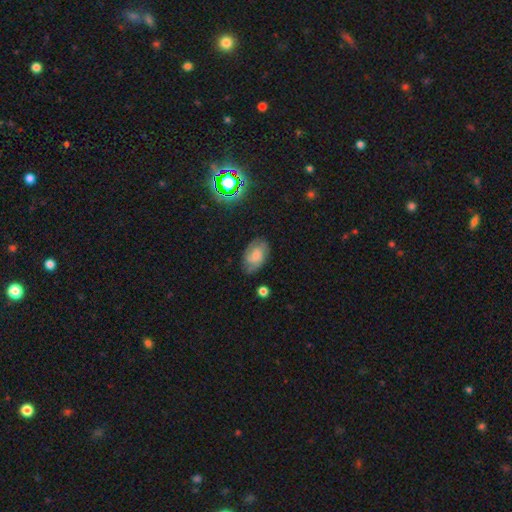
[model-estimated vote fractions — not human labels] This is possibly a featured or disk galaxy (51%). It is clearly not viewed edge-on (96%). Merging: likely none (73%).